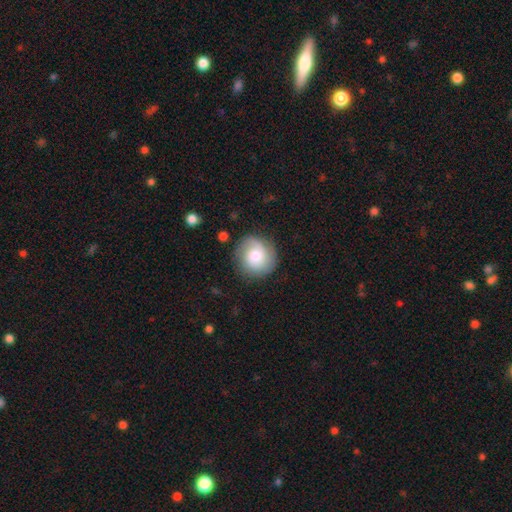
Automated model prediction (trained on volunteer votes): smooth_or_featured: smooth (p=0.48) [alt: featured or disk p=0.44]
merging: none (p=0.81) [alt: minor disturbance p=0.13]